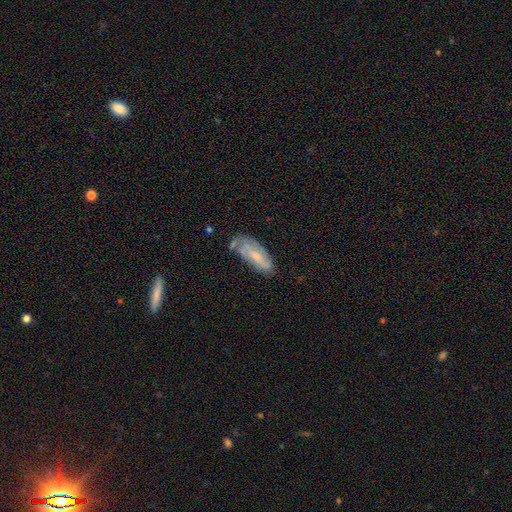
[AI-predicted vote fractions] Smooth or featured? Predicted: featured or disk (p=0.50). Edge-on disk? Predicted: no (p=0.85). Merging? Predicted: none (p=0.54).